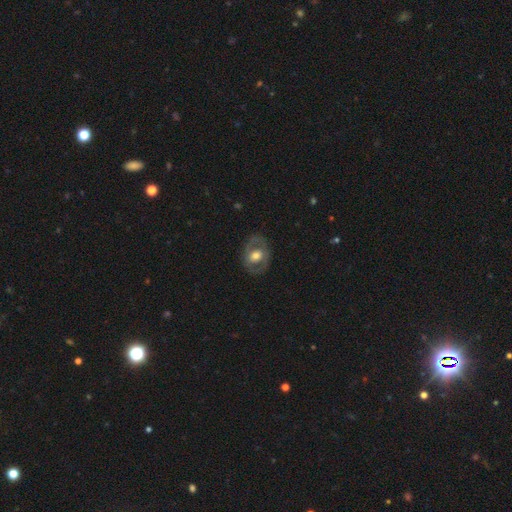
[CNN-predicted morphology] Smooth or featured: featured or disk — 54% (smooth — 40%)
Edge-on disk: no — 93% (yes — 7%)
Bar: no — 67% (weak — 24%)
Spiral arms: no — 73% (yes — 27%)
Bulge size: moderate — 65% (large — 22%)
Merging: none — 77% (minor disturbance — 14%)